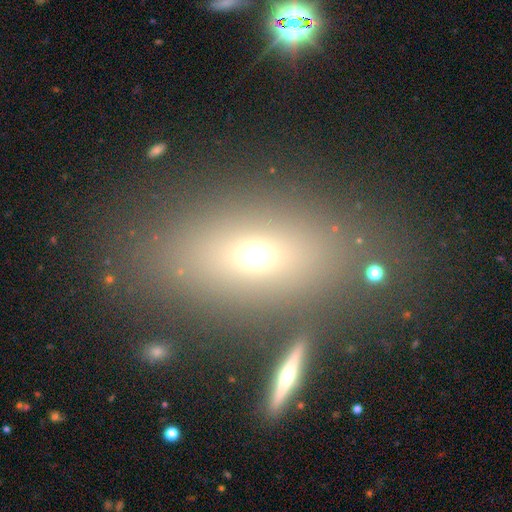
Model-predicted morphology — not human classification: A smooth galaxy with no disk features (61%) that is in between round and cigar-shaped (75%). Merging: none (74%).